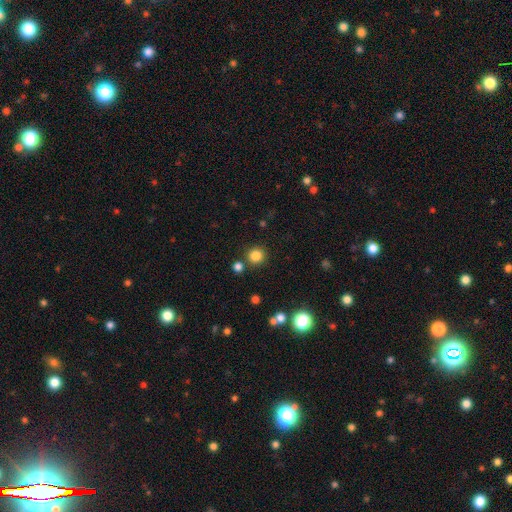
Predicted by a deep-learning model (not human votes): The model was most divided on "smooth or featured": smooth: 82%, star or artifact: 13%, featured or disk: 5%. More confident: how rounded — round (94%); merging — none (84%).